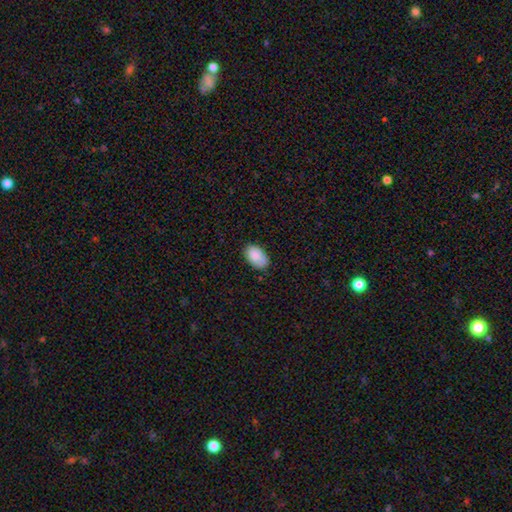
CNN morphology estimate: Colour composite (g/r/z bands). It shows a smooth galaxy with no disk features (86%) that is in between round and cigar-shaped (93%). Merging: none (76%).